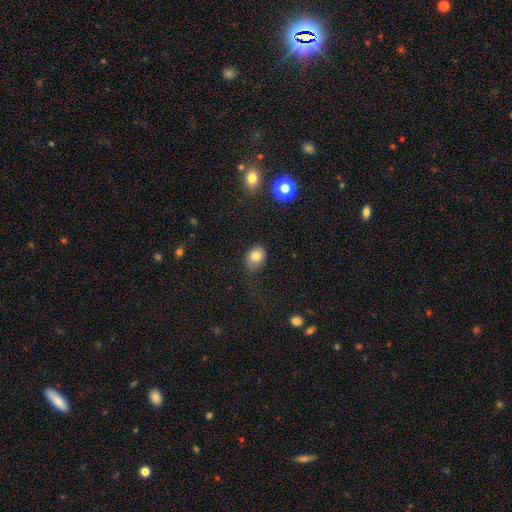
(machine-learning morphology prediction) Smooth or featured? smooth (80%)
How rounded? in between (54%)
Merging? none (64%)